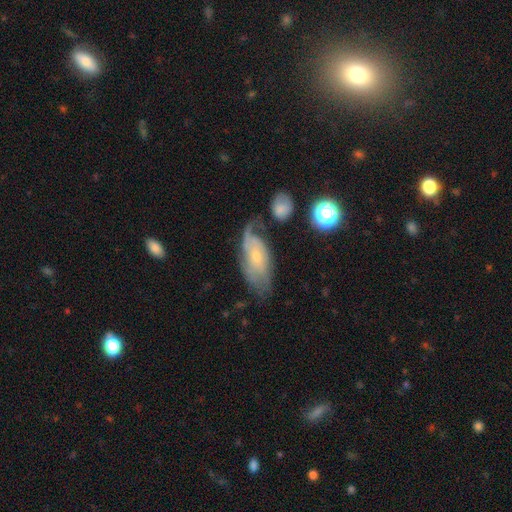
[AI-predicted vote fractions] smooth-or-featured: featured or disk: 61% | smooth: 32% | star or artifact: 7%
  disk-edge-on: no: 90% | yes: 10%
    bar: no: 73% | weak: 23% | strong: 4%
    has-spiral-arms: yes: 80% | no: 20%
    bulge-size: small: 70% | moderate: 24% | none: 3% | large: 2% | dominant: 1%
  merging: none: 45% | minor disturbance: 27% | major disturbance: 20% | merger: 7%